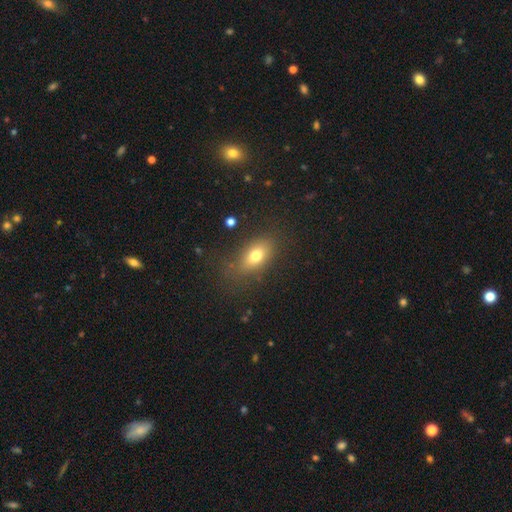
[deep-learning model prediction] smooth_or_featured: smooth (p=0.74) [alt: featured or disk p=0.15]
how_rounded: in between (p=0.81) [alt: round p=0.12]
merging: none (p=0.77) [alt: minor disturbance p=0.15]